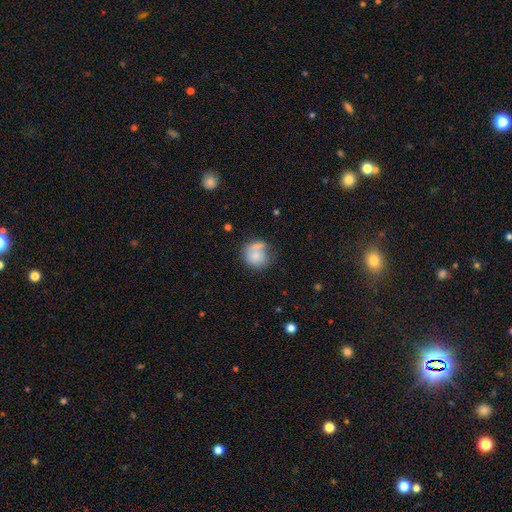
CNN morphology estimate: Overall: smooth (72%). How rounded: round (79%). Merging: none (45%; minor disturbance 22%).